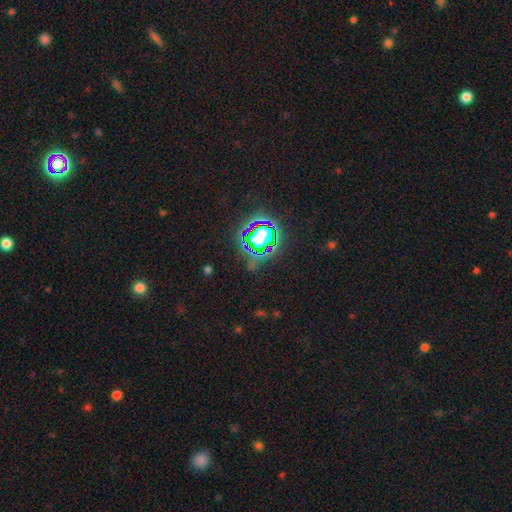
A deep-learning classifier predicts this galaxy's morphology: Smooth or featured? Predicted: star or artifact (p=0.77).